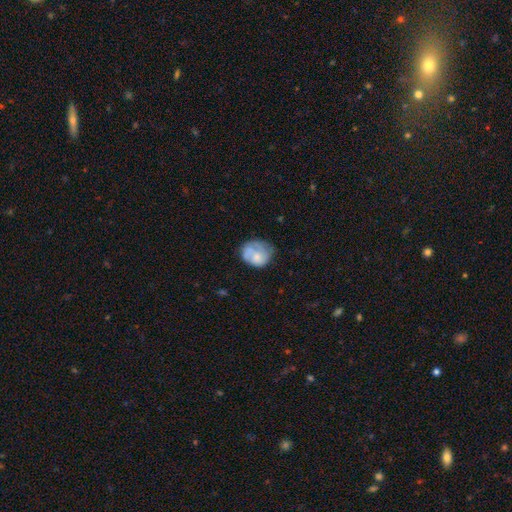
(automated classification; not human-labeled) smooth-or-featured: smooth: 60% | featured or disk: 33% | star or artifact: 8%
  how-rounded: round: 64% | in between: 35% | cigar-shaped: 1%
  merging: none: 47% | minor disturbance: 31% | major disturbance: 18% | merger: 4%